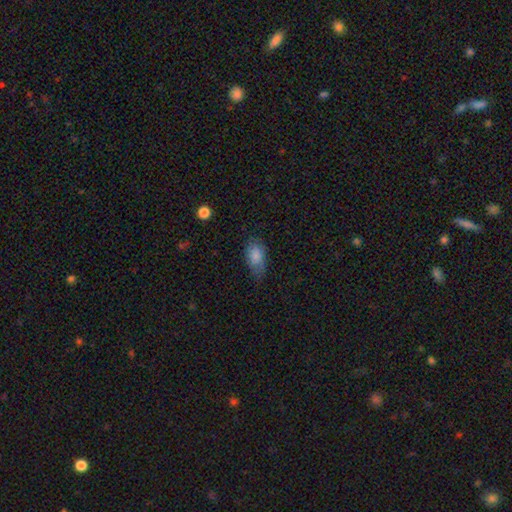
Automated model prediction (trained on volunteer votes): smooth 82%, featured or disk 10%, star or artifact 8%. Down the decision tree: how rounded — in between (90%); merging — none (58%).